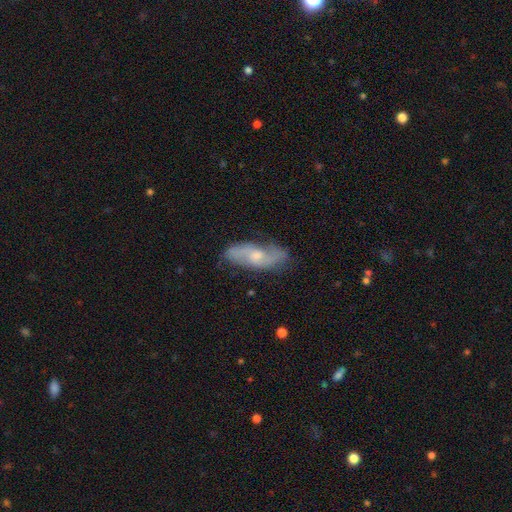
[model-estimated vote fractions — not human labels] smooth_or_featured: featured or disk (p=0.66) [alt: smooth p=0.28]
disk_edge_on: no (p=0.85) [alt: yes p=0.15]
bar: no (p=0.59) [alt: weak p=0.35]
has_spiral_arms: yes (p=0.87) [alt: no p=0.13]
bulge_size: moderate (p=0.53) [alt: small p=0.38]
merging: none (p=0.74) [alt: minor disturbance p=0.19]